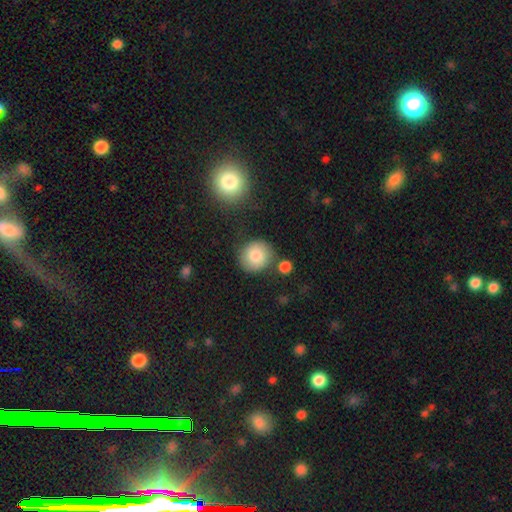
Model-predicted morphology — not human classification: smooth_or_featured: smooth (p=0.82) [alt: featured or disk p=0.10]
how_rounded: round (p=0.87) [alt: in between p=0.12]
merging: none (p=0.77) [alt: minor disturbance p=0.12]